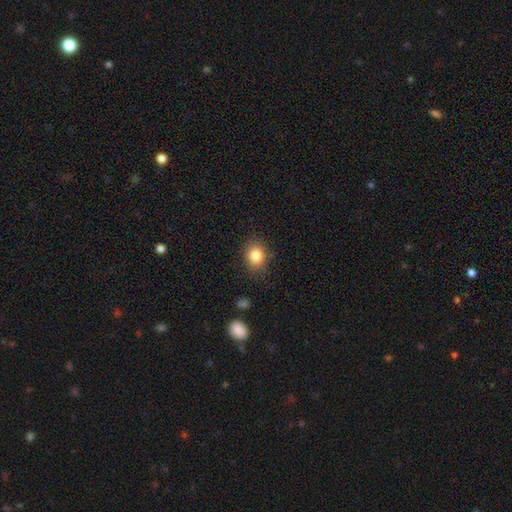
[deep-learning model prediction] A smooth galaxy with no disk features (84%) that is round (54%).

Vote fractions:
- Smooth or featured? smooth: 84% / star or artifact: 10% / featured or disk: 6%
- How rounded? round: 54% / in between: 45% / cigar-shaped: 1%
- Merging? none: 81% / minor disturbance: 13% / major disturbance: 4% / merger: 2%